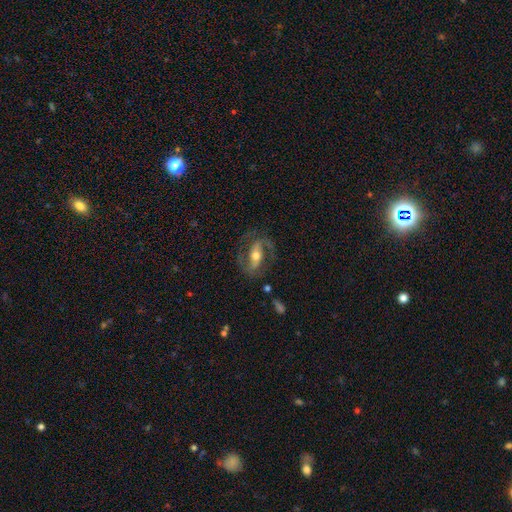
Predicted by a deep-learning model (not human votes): smooth_or_featured: featured or disk (p=0.79) [alt: smooth p=0.14]
disk_edge_on: no (p=0.93) [alt: yes p=0.07]
bar: strong (p=0.48) [alt: weak p=0.29]
has_spiral_arms: yes (p=0.87) [alt: no p=0.13]
spiral_winding: medium (p=0.52) [alt: tight p=0.26]
spiral_arm_count: 2 (p=0.88) [alt: can't tell p=0.06]
bulge_size: moderate (p=0.64) [alt: small p=0.24]
merging: none (p=0.73) [alt: minor disturbance p=0.14]